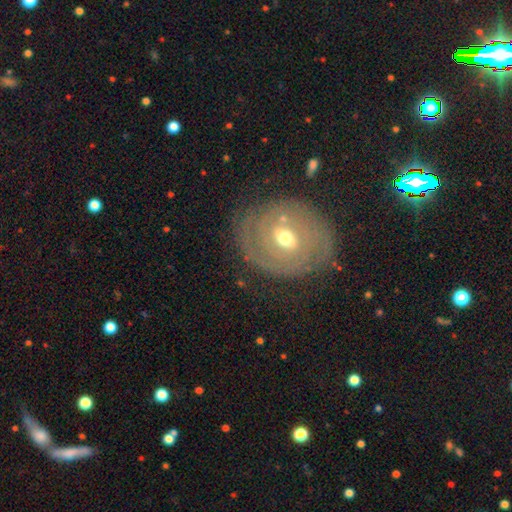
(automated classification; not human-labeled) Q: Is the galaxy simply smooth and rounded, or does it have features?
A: featured or disk — 74%.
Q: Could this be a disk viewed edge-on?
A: no — 95%.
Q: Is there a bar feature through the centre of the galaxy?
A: weak — 45%.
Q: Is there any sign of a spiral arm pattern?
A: yes — 80%.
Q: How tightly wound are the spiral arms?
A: tight — 74%.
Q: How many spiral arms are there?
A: can't tell — 41%.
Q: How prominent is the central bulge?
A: moderate — 63%.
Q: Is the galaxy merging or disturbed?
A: none — 77%.